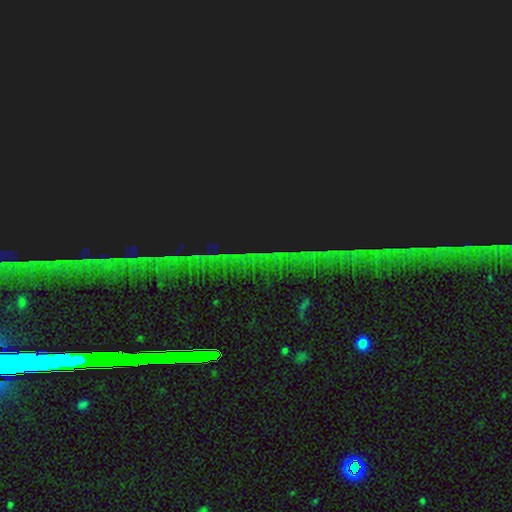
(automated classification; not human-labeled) This is clearly a star or artifact rather than a galaxy (85%).